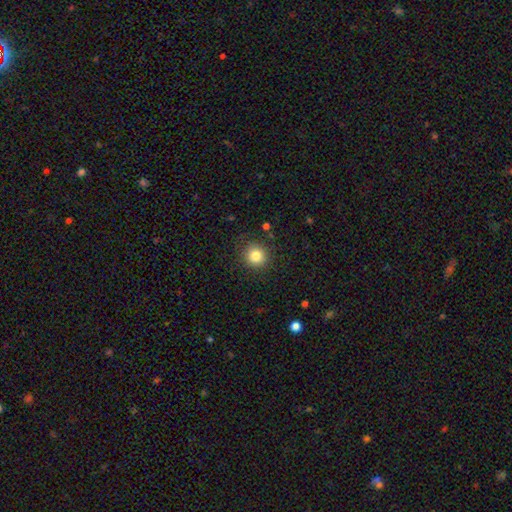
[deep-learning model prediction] Overall: smooth (82%). How rounded: round (93%). Merging: none (88%).